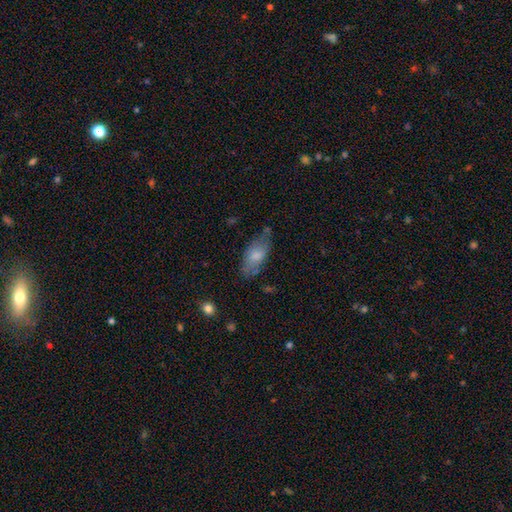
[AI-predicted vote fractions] This appears to be a smooth galaxy with no disk features (70%) that is in between round and cigar-shaped (85%). Merging: none (60%).